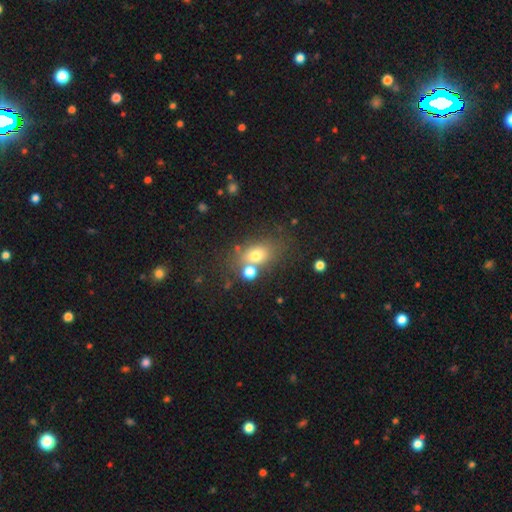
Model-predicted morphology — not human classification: This appears to be a smooth galaxy with no disk features (71%) that is in between round and cigar-shaped (65%). Merging: none (58%).